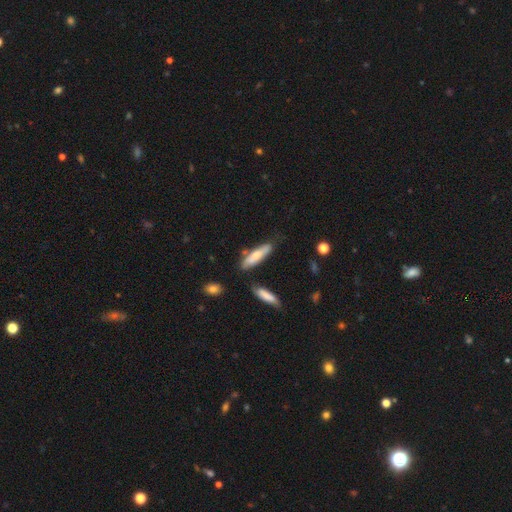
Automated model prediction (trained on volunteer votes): This is likely a smooth galaxy (66%). How rounded: likely cigar-shaped (73%). Merging: likely none (67%).